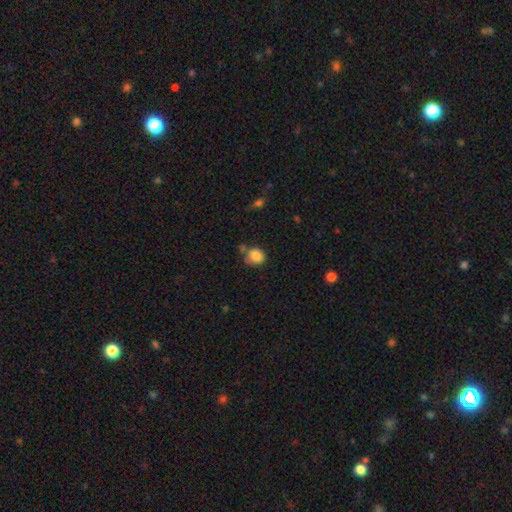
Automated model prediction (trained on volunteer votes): smooth_or_featured: smooth (p=0.85) [alt: star or artifact p=0.09]
how_rounded: round (p=0.74) [alt: in between p=0.25]
merging: none (p=0.58) [alt: minor disturbance p=0.21]